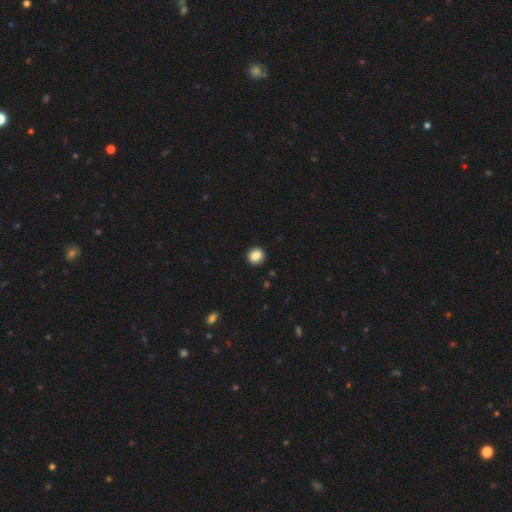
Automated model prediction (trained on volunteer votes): smooth-or-featured: smooth: 86% | star or artifact: 9% | featured or disk: 5%
  how-rounded: round: 86% | in between: 13% | cigar-shaped: 1%
  merging: none: 92% | minor disturbance: 5% | major disturbance: 2% | merger: 1%